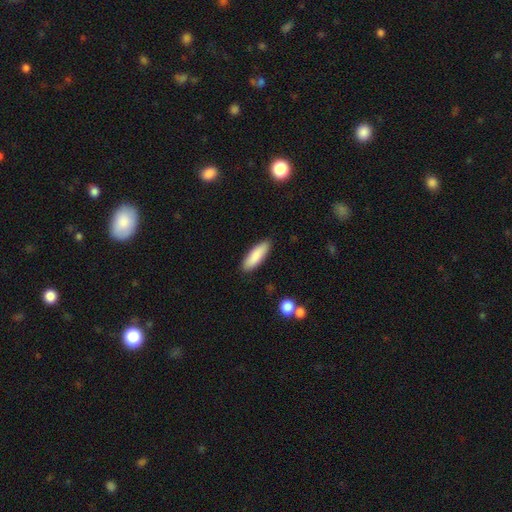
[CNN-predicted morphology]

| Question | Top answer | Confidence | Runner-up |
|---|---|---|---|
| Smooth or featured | smooth | 86% | featured or disk (8%) |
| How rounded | in between | 54% | cigar-shaped (44%) |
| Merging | none | 87% | minor disturbance (10%) |